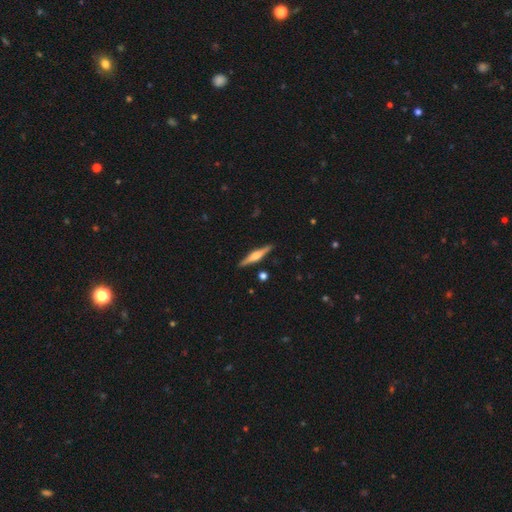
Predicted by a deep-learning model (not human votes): Smooth or featured? Predicted: featured or disk (p=0.65). Edge-on disk? Predicted: yes (p=0.98). Edge-on bulge? Predicted: rounded (p=0.80). Merging? Predicted: none (p=0.90).